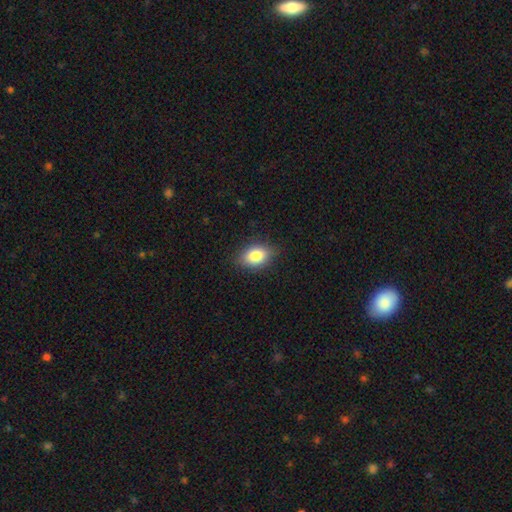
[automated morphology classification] This appears to be a smooth galaxy with no disk features (83%) that is in between round and cigar-shaped (82%). Merging: none (82%).